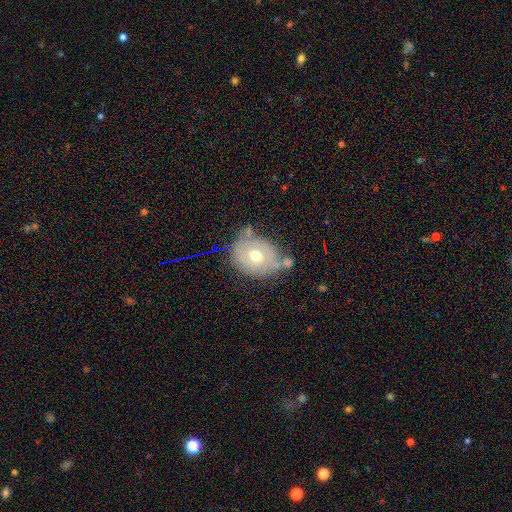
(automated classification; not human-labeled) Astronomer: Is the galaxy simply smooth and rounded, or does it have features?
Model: smooth — 48% (runner-up: featured or disk, 43%).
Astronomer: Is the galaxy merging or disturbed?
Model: none — 54%.